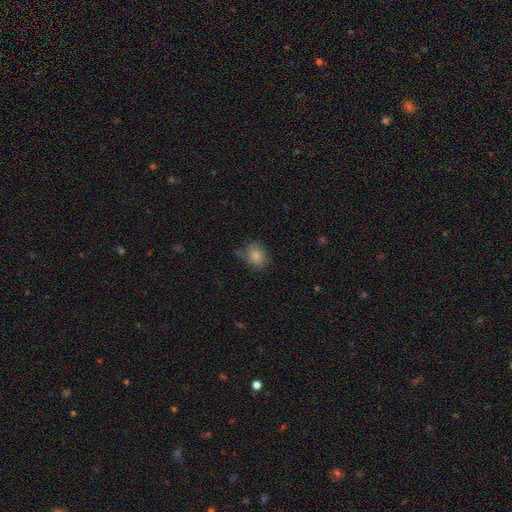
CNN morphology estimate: This is clearly a smooth galaxy (82%). How rounded: possibly round (55%). Merging: likely none (61%).